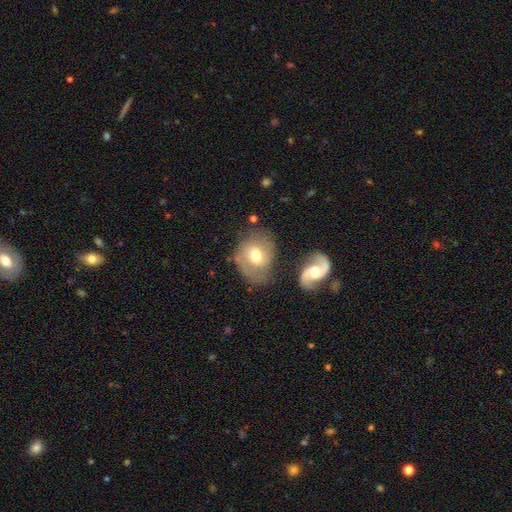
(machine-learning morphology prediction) smooth-or-featured: smooth: 48% | featured or disk: 43% | star or artifact: 8%
  merging: none: 58% | minor disturbance: 22% | major disturbance: 10% | merger: 10%